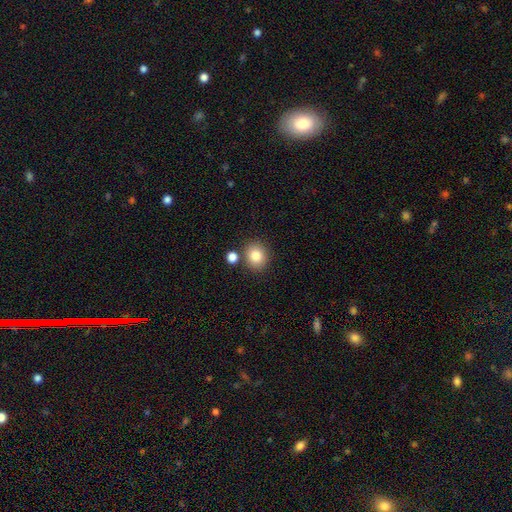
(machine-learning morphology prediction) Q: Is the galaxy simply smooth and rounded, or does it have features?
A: smooth — 84%.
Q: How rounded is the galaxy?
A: round — 76%.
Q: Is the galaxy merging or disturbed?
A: none — 80%.